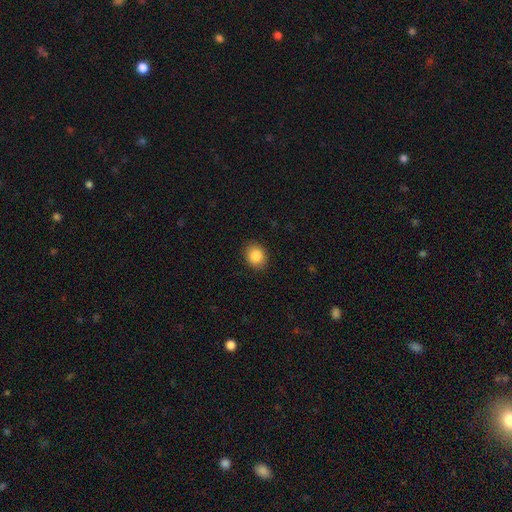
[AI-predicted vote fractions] The model was most divided on "how rounded": round: 61%, in between: 38%, cigar-shaped: 1%. More confident: merging — none (89%); smooth or featured — smooth (87%).